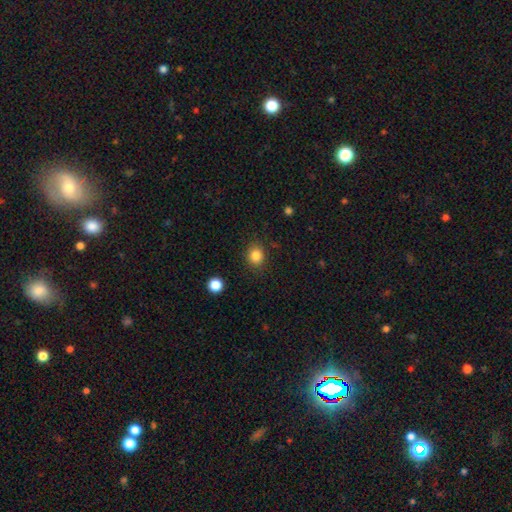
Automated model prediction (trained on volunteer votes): Q: Smooth or featured?
A: smooth (85%); runner-up: star or artifact (11%)
Q: How rounded?
A: round (67%); runner-up: in between (33%)
Q: Merging?
A: none (85%); runner-up: minor disturbance (10%)